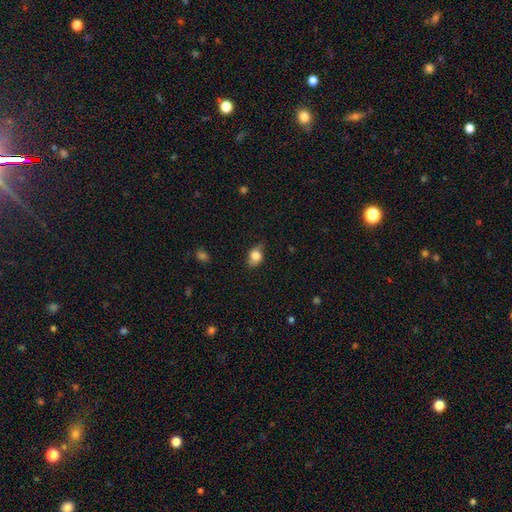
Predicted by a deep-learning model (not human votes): smooth-or-featured: smooth: 77% | featured or disk: 14% | star or artifact: 9%
  how-rounded: in between: 68% | round: 30% | cigar-shaped: 2%
  merging: none: 66% | minor disturbance: 27% | major disturbance: 6% | merger: 1%